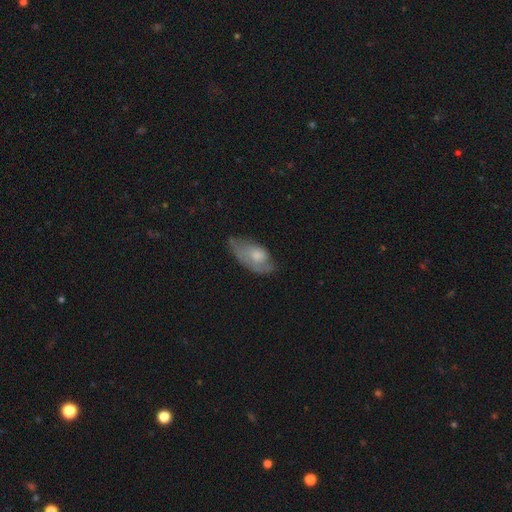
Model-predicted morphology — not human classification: Overall: smooth (54%; featured or disk 39%). How rounded: in between (89%). Merging: none (40%; minor disturbance 35%).